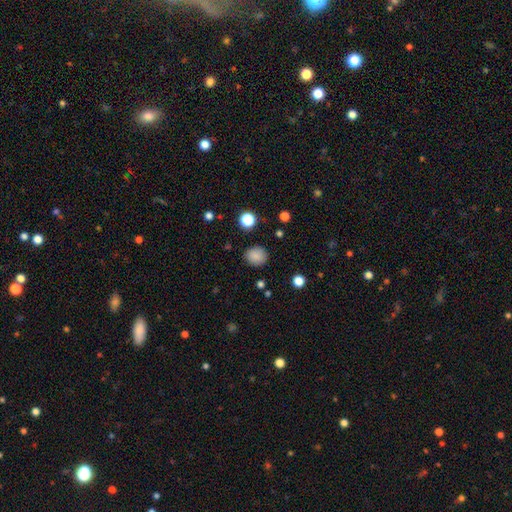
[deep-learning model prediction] Morphology: type=smooth (85%); roundness=round (79%); merging=none (86%).